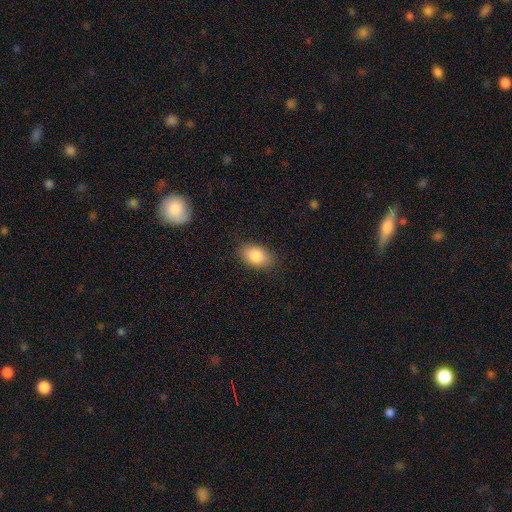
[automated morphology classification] This is clearly a smooth galaxy (87%). How rounded: clearly in between (89%). Merging: clearly none (83%).